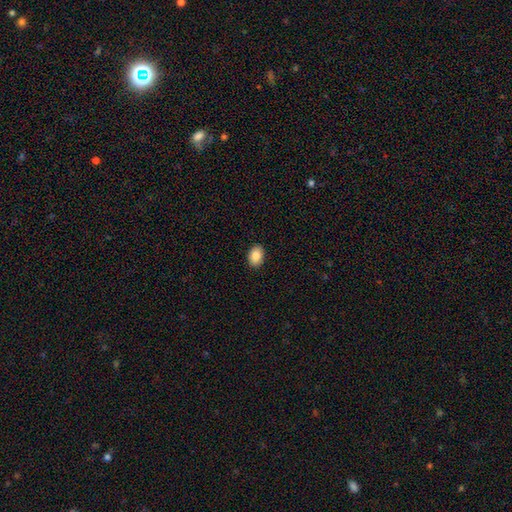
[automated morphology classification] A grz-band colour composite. It shows a smooth galaxy with no disk features (87%) that is in between round and cigar-shaped (81%). Merging: none (91%).